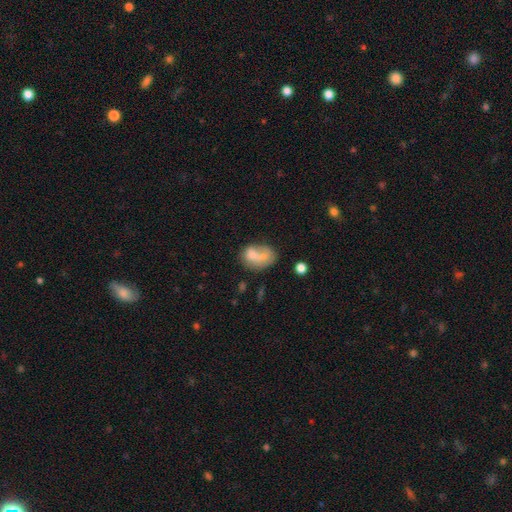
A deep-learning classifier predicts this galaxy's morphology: Smooth or featured?
  - smooth: 66% *
  - featured or disk: 25%
  - star or artifact: 9%
How rounded?
  - in between: 77% *
  - round: 22%
  - cigar-shaped: 2%
Merging?
  - merger: 34% *
  - none: 30%
  - minor disturbance: 20%
  - major disturbance: 17%